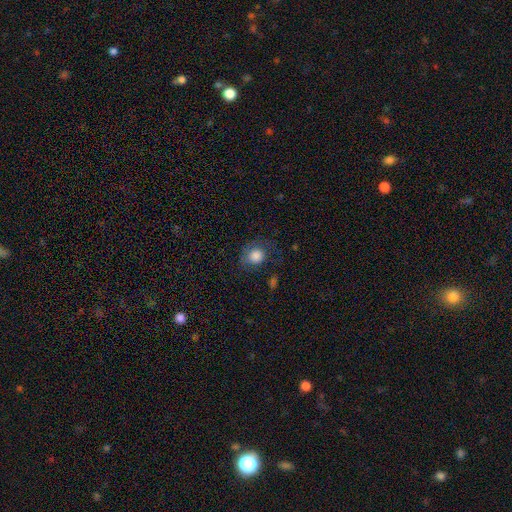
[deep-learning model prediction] The model was most divided on "merging": none: 60%, minor disturbance: 23%, major disturbance: 14%, merger: 2%. More confident: smooth or featured — smooth (81%); how rounded — round (76%).